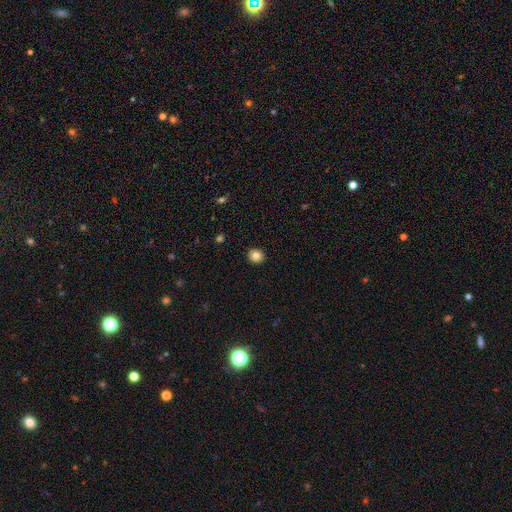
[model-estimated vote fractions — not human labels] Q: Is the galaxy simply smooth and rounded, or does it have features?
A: smooth — 83%.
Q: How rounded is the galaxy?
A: round — 79%.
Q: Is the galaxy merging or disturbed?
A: none — 92%.